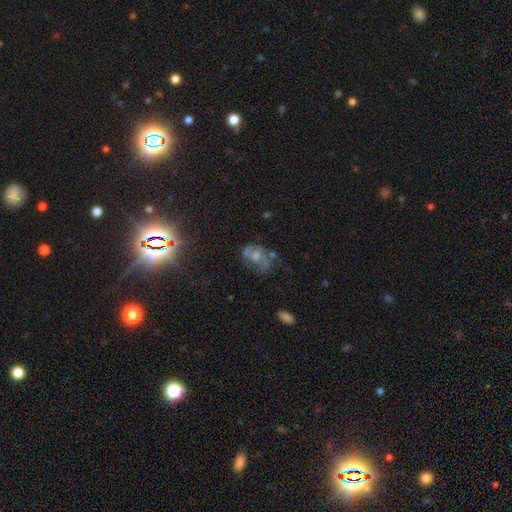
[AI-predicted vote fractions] featured or disk 58%, smooth 28%, star or artifact 14%. Down the decision tree: edge-on disk — no (96%); bar — no (71%); spiral arms — yes (61%); bulge size — moderate (49%); merging — none (46%).